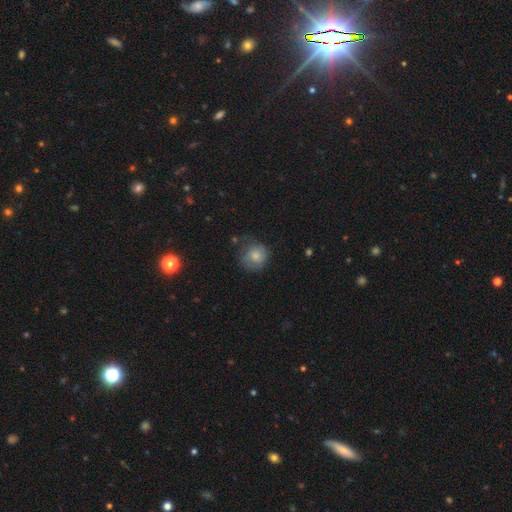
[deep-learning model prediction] Smooth or featured: smooth — 71% (featured or disk — 20%)
How rounded: round — 84% (in between — 16%)
Merging: none — 56% (minor disturbance — 28%)